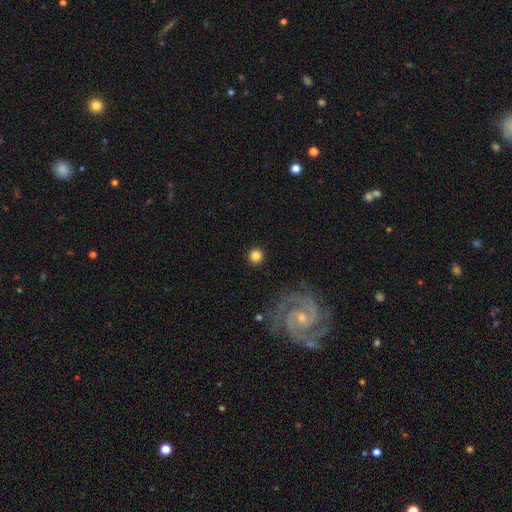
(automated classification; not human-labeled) Smooth or featured? Predicted: smooth (p=0.82). How rounded? Predicted: round (p=0.95). Merging? Predicted: none (p=0.91).